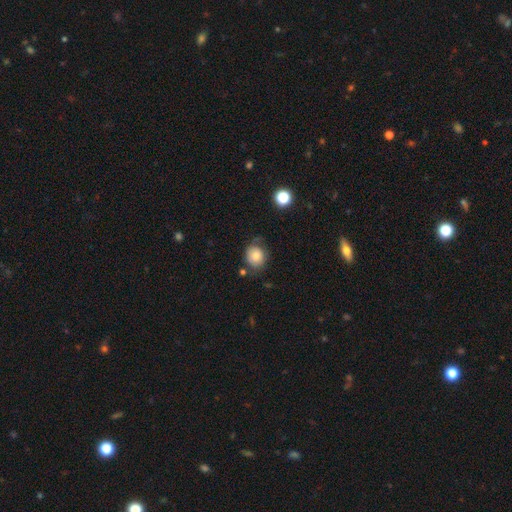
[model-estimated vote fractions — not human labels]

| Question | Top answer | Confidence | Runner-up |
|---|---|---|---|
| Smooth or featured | smooth | 74% | featured or disk (17%) |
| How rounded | round | 77% | in between (22%) |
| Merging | none | 61% | minor disturbance (24%) |